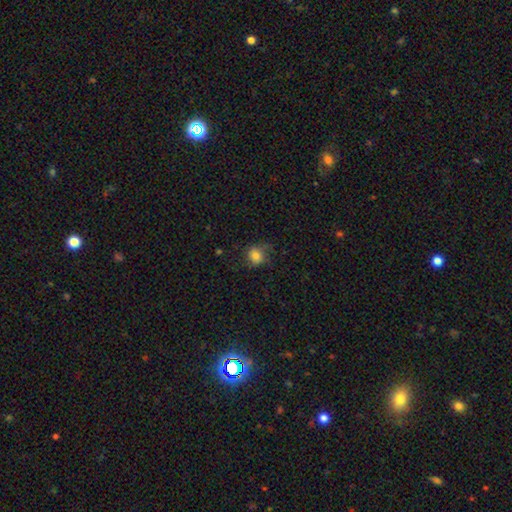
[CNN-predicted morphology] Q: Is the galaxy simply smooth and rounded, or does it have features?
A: smooth — 78%.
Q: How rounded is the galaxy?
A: round — 67%.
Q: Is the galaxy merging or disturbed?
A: none — 59%.